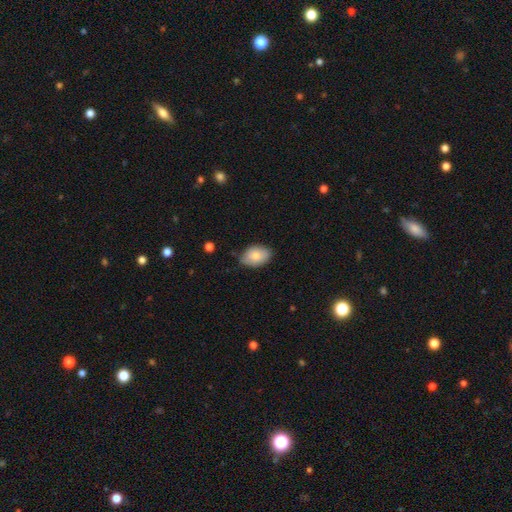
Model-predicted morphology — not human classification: type=smooth (79%); roundness=in between (87%); merging=none (70%).